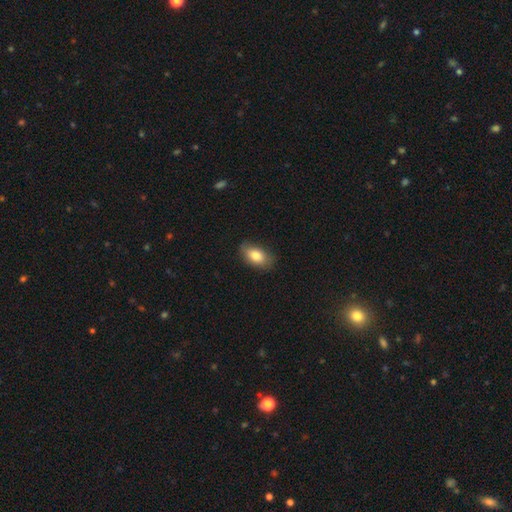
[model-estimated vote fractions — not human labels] smooth 81%, featured or disk 12%, star or artifact 7%. Down the decision tree: how rounded — in between (91%); merging — none (81%).